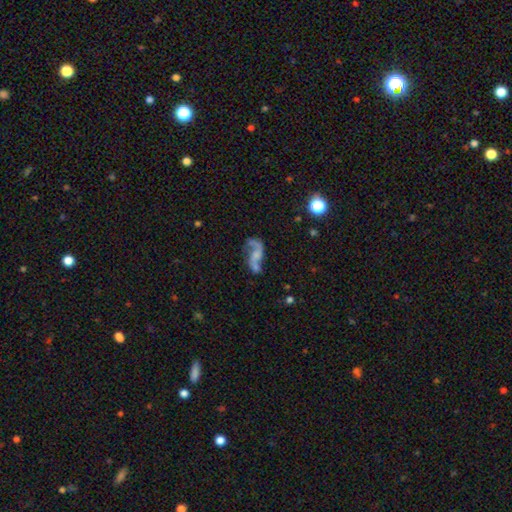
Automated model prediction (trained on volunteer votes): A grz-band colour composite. It shows a featured or disk galaxy (77%) with no bar (57%), 2 (86%) loose (81%) spiral arms (88%) and no central bulge (39%). Merging: none (46%).